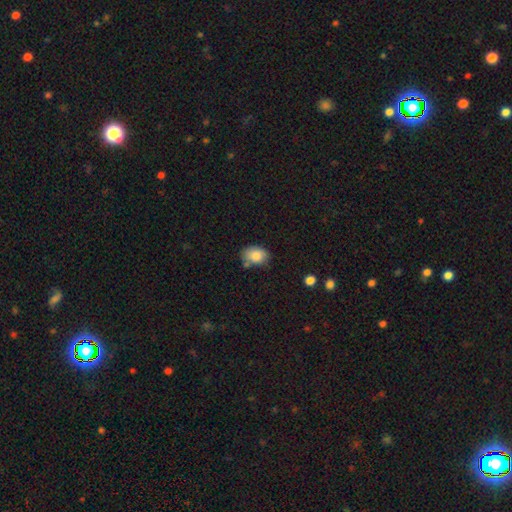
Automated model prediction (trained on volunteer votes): Q: Smooth or featured?
A: smooth (84%); runner-up: featured or disk (8%)
Q: How rounded?
A: in between (75%); runner-up: round (24%)
Q: Merging?
A: none (64%); runner-up: minor disturbance (22%)